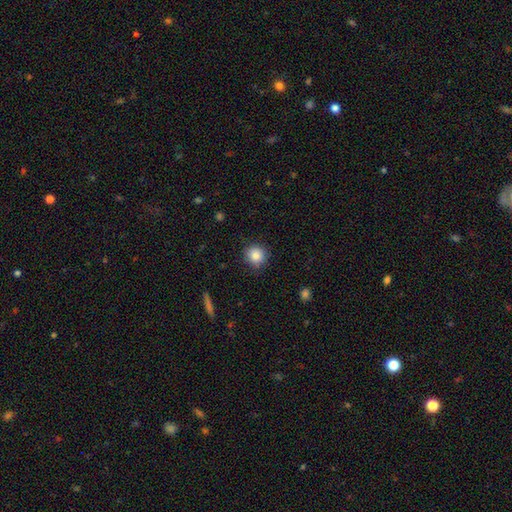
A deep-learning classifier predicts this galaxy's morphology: The model was most divided on "smooth or featured": smooth: 83%, star or artifact: 10%, featured or disk: 7%. More confident: how rounded — round (91%); merging — none (87%).